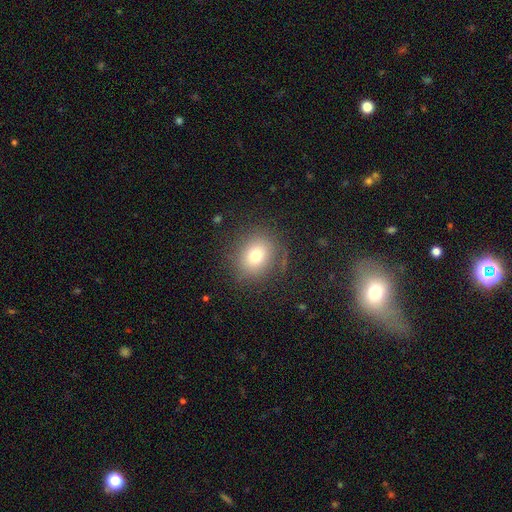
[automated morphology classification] A smooth galaxy with no disk features (74%) that is round (68%).

Vote fractions:
- Smooth or featured? smooth: 74% / star or artifact: 13% / featured or disk: 13%
- How rounded? round: 68% / in between: 31% / cigar-shaped: 1%
- Merging? none: 82% / minor disturbance: 11% / major disturbance: 5% / merger: 2%